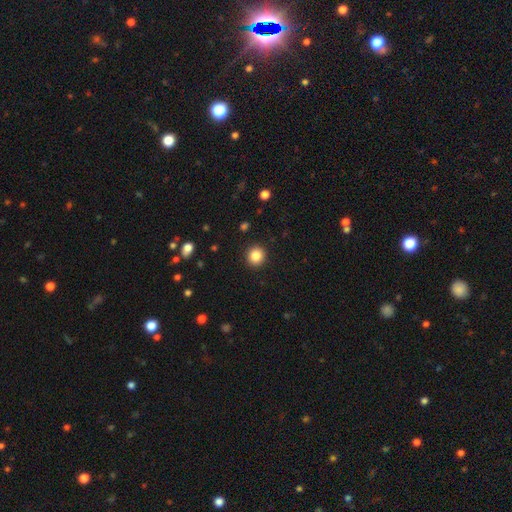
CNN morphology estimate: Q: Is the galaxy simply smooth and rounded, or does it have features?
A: smooth — 85%.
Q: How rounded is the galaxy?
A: round — 91%.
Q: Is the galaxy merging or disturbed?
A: none — 92%.